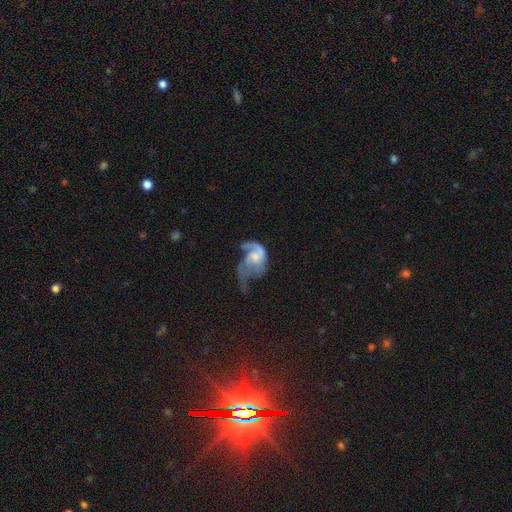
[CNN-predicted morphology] smooth_or_featured: featured or disk (p=0.75) [alt: smooth p=0.18]
disk_edge_on: no (p=0.98) [alt: yes p=0.02]
bar: no (p=0.69) [alt: weak p=0.26]
has_spiral_arms: yes (p=0.85) [alt: no p=0.15]
spiral_winding: loose (p=0.47) [alt: medium p=0.37]
spiral_arm_count: 2 (p=0.50) [alt: 1 p=0.32]
bulge_size: small (p=0.44) [alt: moderate p=0.33]
merging: major disturbance (p=0.57) [alt: none p=0.19]